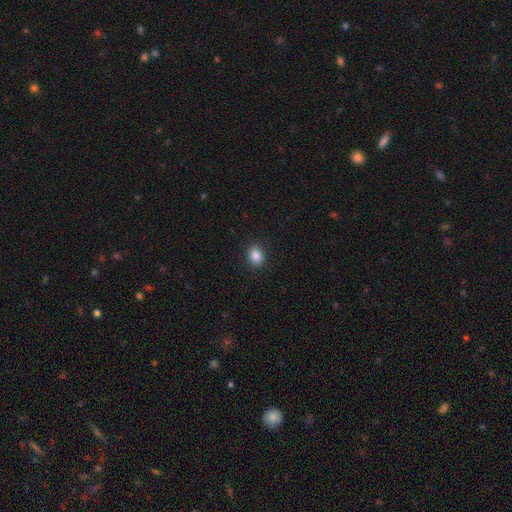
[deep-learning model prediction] Morphology: type=smooth (86%); roundness=in between (56%); merging=none (90%).